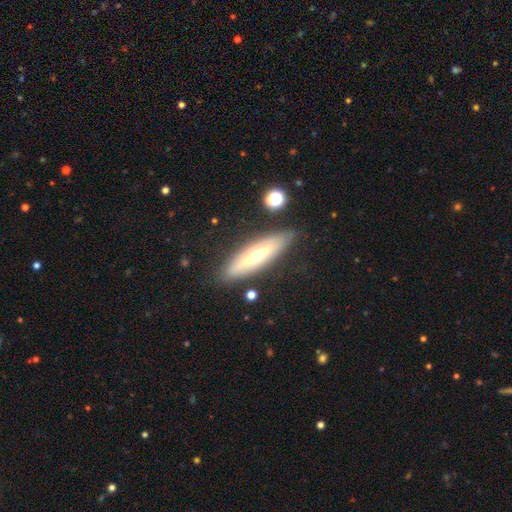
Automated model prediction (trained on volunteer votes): featured or disk 56%, smooth 37%, star or artifact 7%. Down the decision tree: edge-on disk — yes (70%); merging — none (83%).